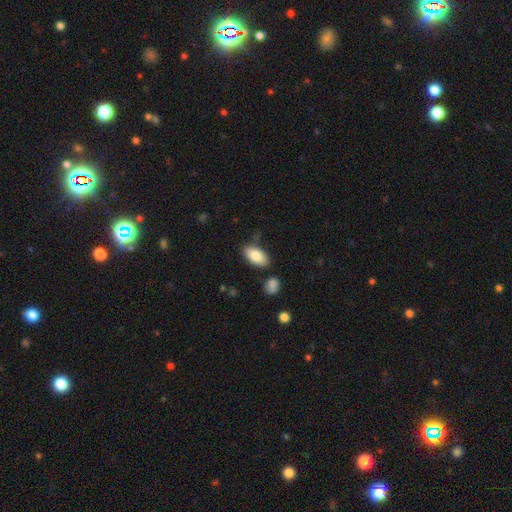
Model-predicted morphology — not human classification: Smooth or featured?
  - smooth: 83% *
  - featured or disk: 10%
  - star or artifact: 6%
How rounded?
  - in between: 94% *
  - cigar-shaped: 3%
  - round: 3%
Merging?
  - none: 77% *
  - minor disturbance: 15%
  - merger: 5%
  - major disturbance: 3%